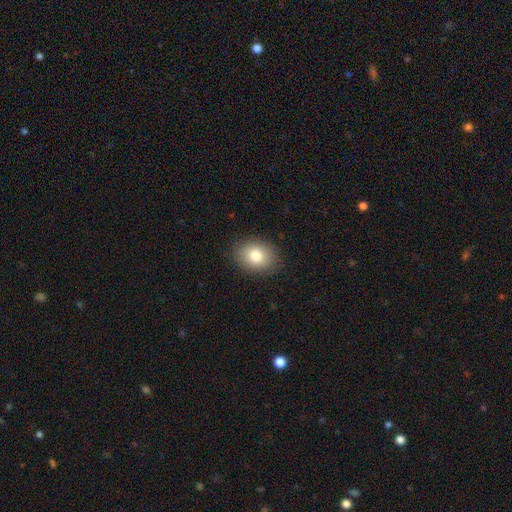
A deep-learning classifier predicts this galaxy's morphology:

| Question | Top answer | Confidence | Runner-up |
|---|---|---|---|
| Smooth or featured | smooth | 82% | featured or disk (9%) |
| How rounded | in between | 60% | round (39%) |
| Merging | none | 88% | minor disturbance (9%) |